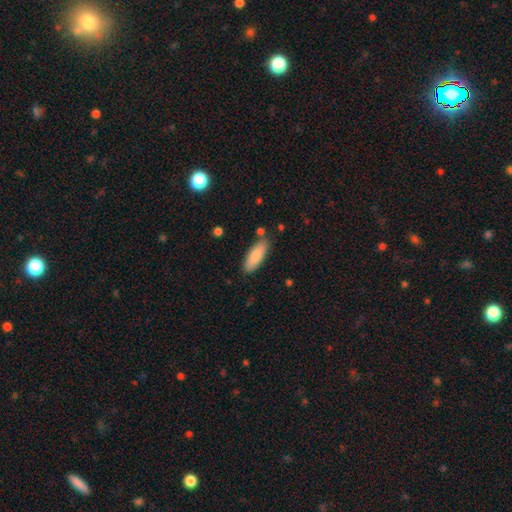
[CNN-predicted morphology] This appears to be a smooth galaxy with no disk features (85%) that is in between round and cigar-shaped (63%). Merging: none (81%).